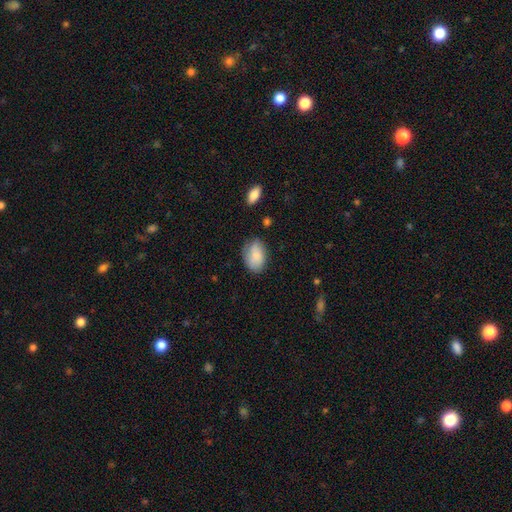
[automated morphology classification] A smooth galaxy with no disk features (78%) that is in between round and cigar-shaped (86%). Merging: none (70%).